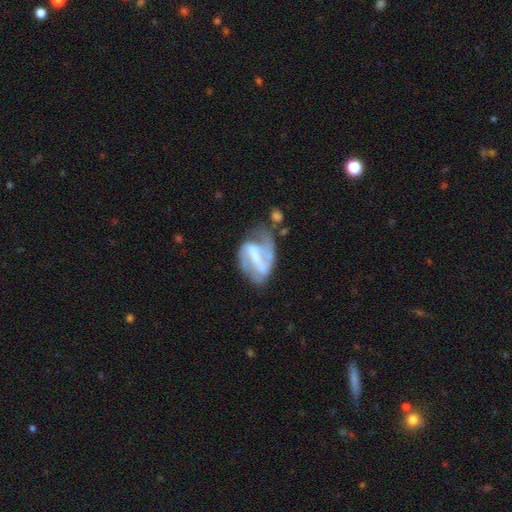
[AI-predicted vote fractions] A featured or disk galaxy (78%) with a strong bar (59%), 2 (71%) medium (42%) spiral arms (82%) and no central bulge (37%). Merging: none (43%).